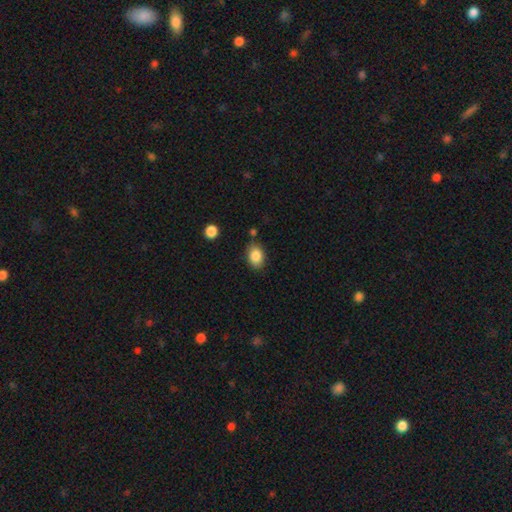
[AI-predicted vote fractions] Smooth or featured? smooth (86%)
How rounded? in between (75%)
Merging? none (77%)